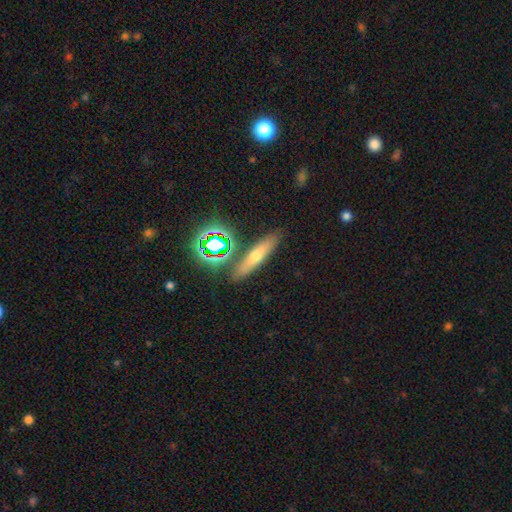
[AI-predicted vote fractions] A smooth galaxy with no disk features (49%). Merging: none (84%).